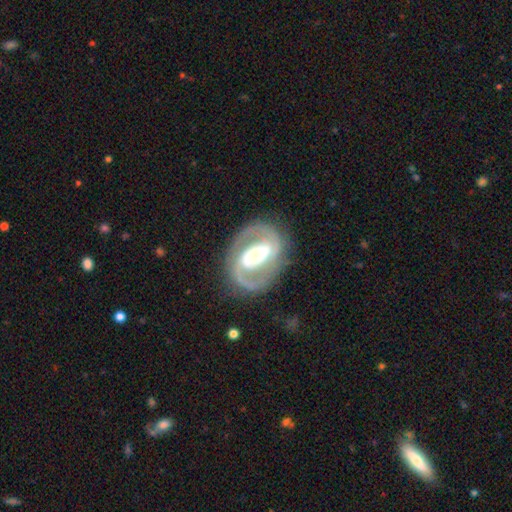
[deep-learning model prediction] A featured or disk galaxy (86%) with no bar (36%), 2 (88%) medium (48%) spiral arms (91%) and a moderate central bulge (60%).

Vote fractions:
- Smooth or featured? featured or disk: 86% / smooth: 9% / star or artifact: 5%
- Edge-on disk? no: 97% / yes: 3%
- Bar? no: 36% / weak: 35% / strong: 29%
- Spiral arms? yes: 91% / no: 9%
- Spiral winding? medium: 48% / tight: 37% / loose: 14%
- Spiral arm count? 2: 88% / can't tell: 5% / 1: 3% / 3: 2% / 4: 1% / more than 4: 1%
- Bulge size? moderate: 60% / small: 22% / large: 15% / dominant: 2% / none: 1%
- Merging? none: 80% / minor disturbance: 12% / major disturbance: 7% / merger: 1%